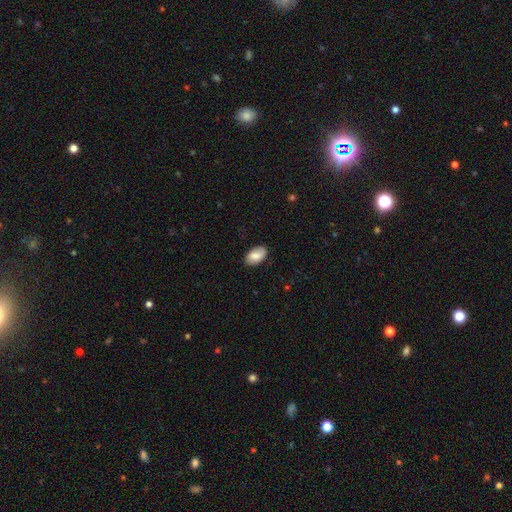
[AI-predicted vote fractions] This is likely a smooth galaxy (75%). How rounded: clearly in between (94%). Merging: clearly none (83%).